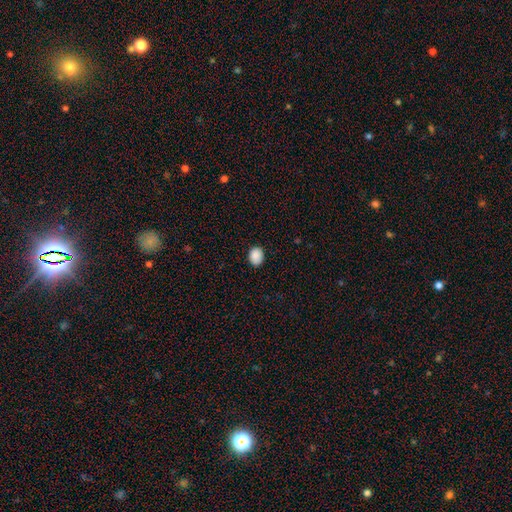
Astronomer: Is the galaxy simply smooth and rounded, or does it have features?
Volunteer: smooth — 90%.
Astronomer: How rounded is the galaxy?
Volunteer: in between — 57% (runner-up: round, 40%).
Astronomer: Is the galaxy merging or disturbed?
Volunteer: none — 89%.